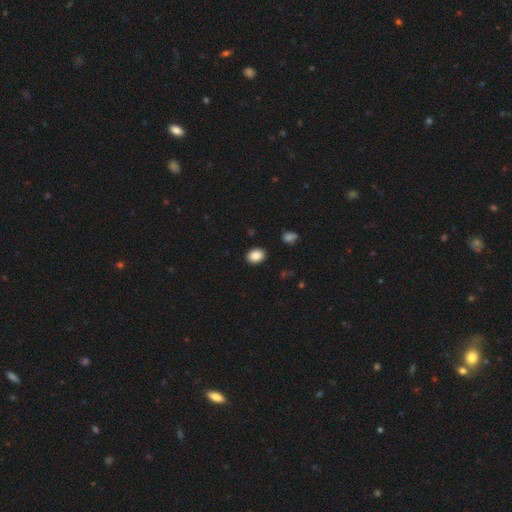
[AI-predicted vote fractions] A smooth galaxy with no disk features (88%) that is in between round and cigar-shaped (62%).

Vote fractions:
- Smooth or featured? smooth: 88% / star or artifact: 9% / featured or disk: 4%
- How rounded? in between: 62% / round: 37% / cigar-shaped: 1%
- Merging? none: 90% / minor disturbance: 7% / major disturbance: 2% / merger: 1%